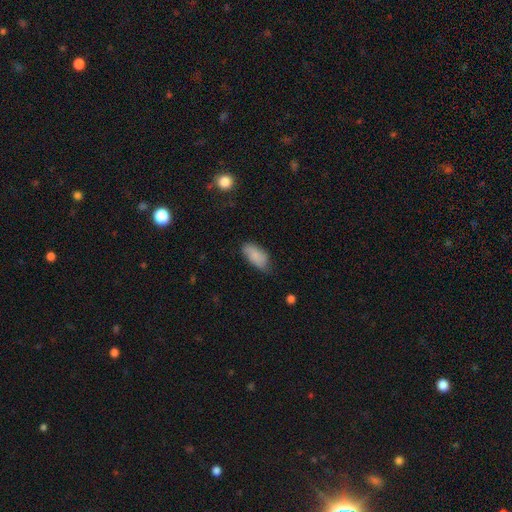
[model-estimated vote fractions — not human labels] smooth-or-featured: smooth: 82% | featured or disk: 11% | star or artifact: 6%
  how-rounded: in between: 91% | cigar-shaped: 6% | round: 2%
  merging: none: 63% | minor disturbance: 30% | major disturbance: 5% | merger: 2%